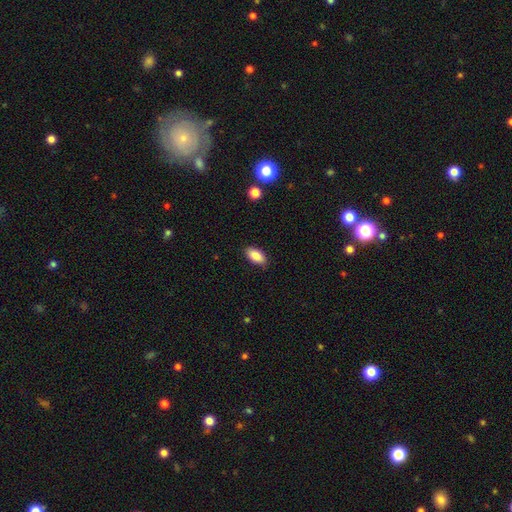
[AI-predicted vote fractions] smooth_or_featured: smooth (p=0.87) [alt: star or artifact p=0.07]
how_rounded: in between (p=0.92) [alt: cigar-shaped p=0.04]
merging: none (p=0.86) [alt: minor disturbance p=0.10]